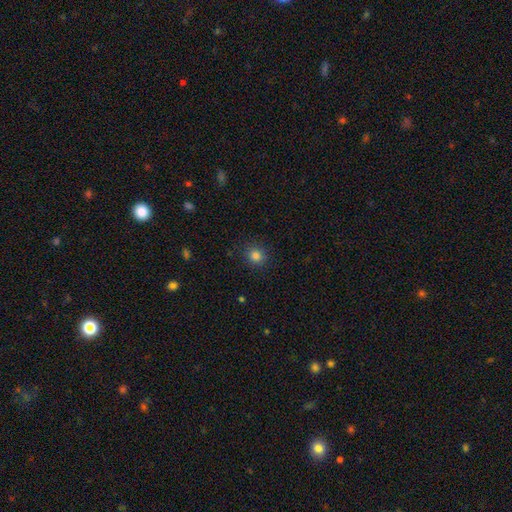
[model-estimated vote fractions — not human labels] Overall: smooth (83%). How rounded: round (88%). Merging: none (89%).